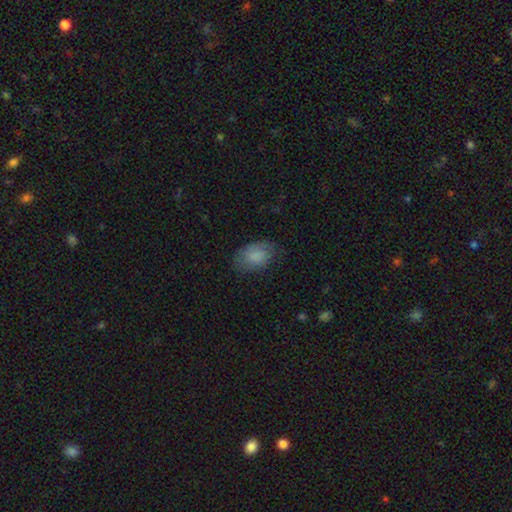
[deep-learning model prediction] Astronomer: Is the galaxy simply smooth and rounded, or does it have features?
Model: smooth — 81%.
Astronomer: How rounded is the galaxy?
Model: in between — 83%.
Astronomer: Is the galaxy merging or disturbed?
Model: none — 65%.